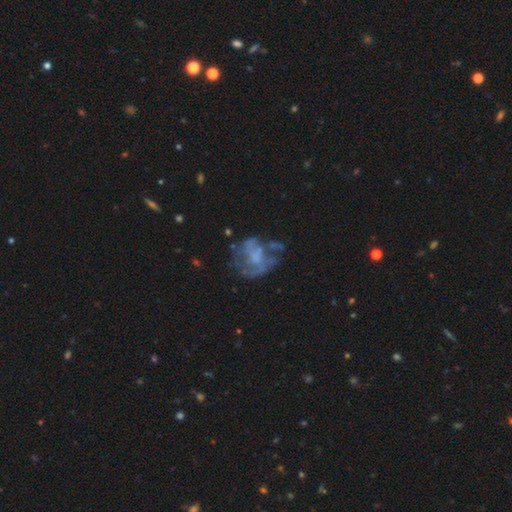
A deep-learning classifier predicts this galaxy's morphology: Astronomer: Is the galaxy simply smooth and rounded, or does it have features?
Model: featured or disk — 67%.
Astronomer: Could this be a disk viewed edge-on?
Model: no — 98%.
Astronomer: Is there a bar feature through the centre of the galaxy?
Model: no — 74%.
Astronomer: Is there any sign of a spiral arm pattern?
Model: no — 58% (runner-up: yes, 42%).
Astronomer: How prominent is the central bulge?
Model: none — 51%.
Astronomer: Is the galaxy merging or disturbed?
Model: none — 42% (runner-up: major disturbance, 32%).